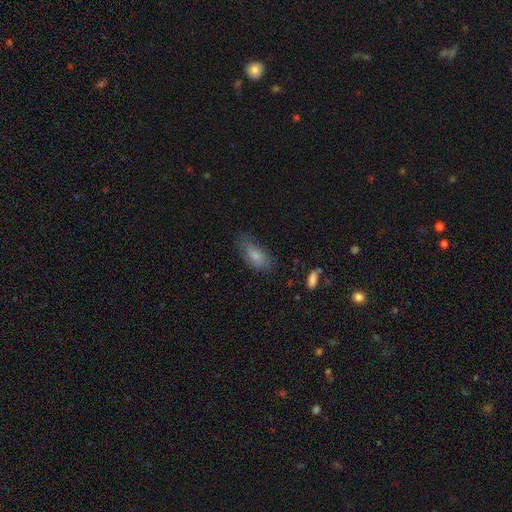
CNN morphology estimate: This is likely a smooth galaxy (75%). How rounded: clearly in between (87%). Merging: likely none (64%).